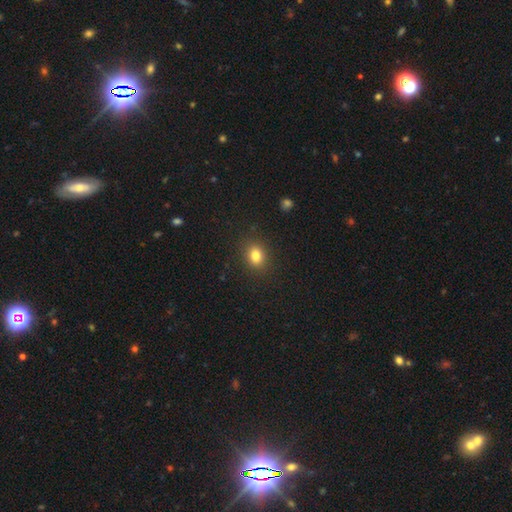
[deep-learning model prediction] Overall: smooth (82%). How rounded: round (51%; in between 48%). Merging: none (87%).